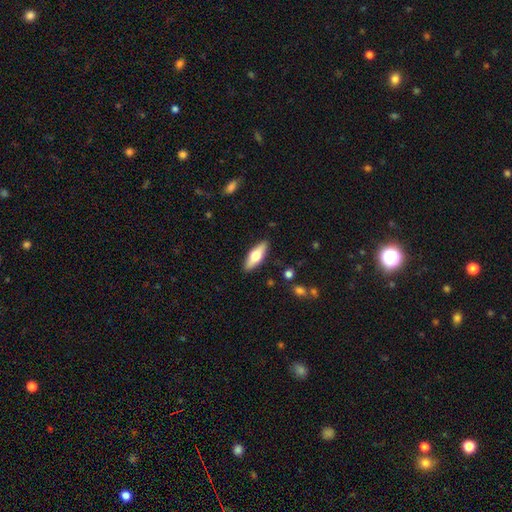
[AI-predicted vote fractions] smooth-or-featured: smooth: 58% | featured or disk: 37% | star or artifact: 6%
  how-rounded: in between: 61% | cigar-shaped: 37% | round: 2%
  merging: none: 89% | minor disturbance: 8% | major disturbance: 2% | merger: 1%